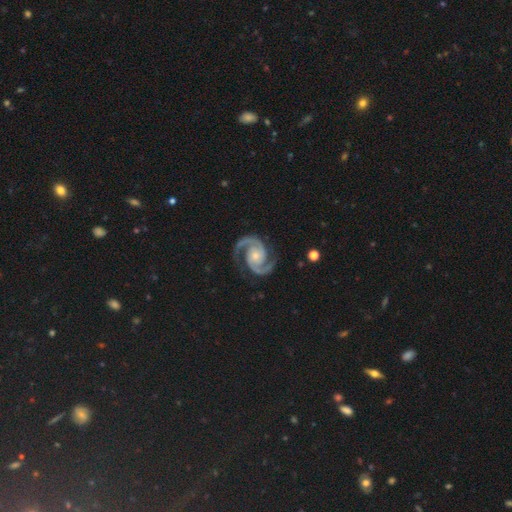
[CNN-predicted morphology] type=featured or disk (95%); edge-on=no (98%); bar=no (69%); spiral arms=yes (99%); winding=medium (61%); arm count=2 (95%); bulge=small (56%); merging=none (84%).